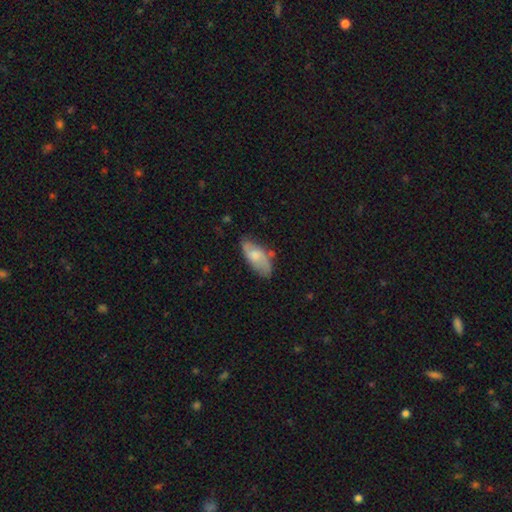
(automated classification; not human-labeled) The model was most divided on "smooth or featured": smooth: 51%, featured or disk: 42%, star or artifact: 7%. More confident: how rounded — in between (85%); merging — none (64%).